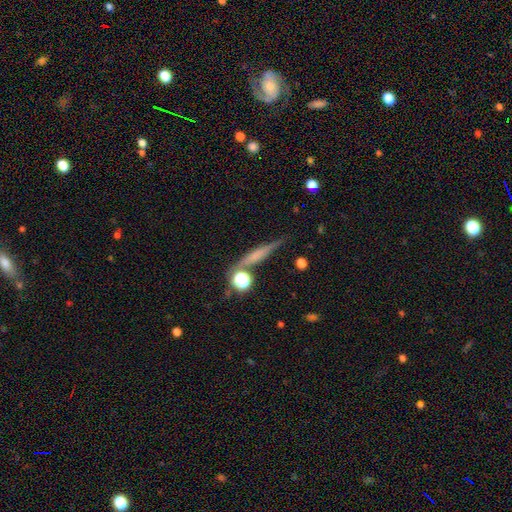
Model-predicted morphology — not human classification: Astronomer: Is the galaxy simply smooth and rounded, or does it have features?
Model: featured or disk — 48% (runner-up: smooth, 40%).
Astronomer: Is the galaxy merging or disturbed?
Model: none — 76%.